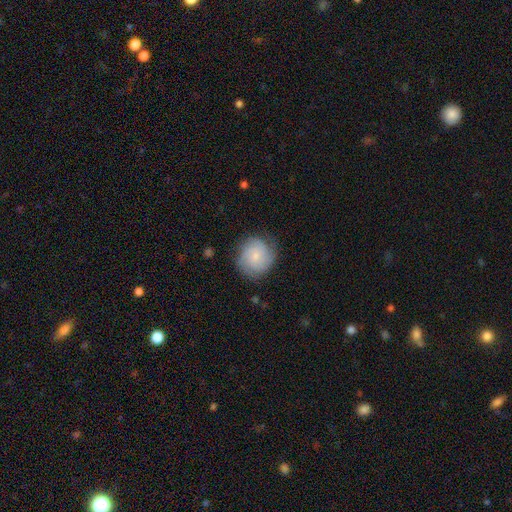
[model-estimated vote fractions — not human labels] Smooth or featured? Predicted: featured or disk (p=0.50). Merging? Predicted: none (p=0.78).